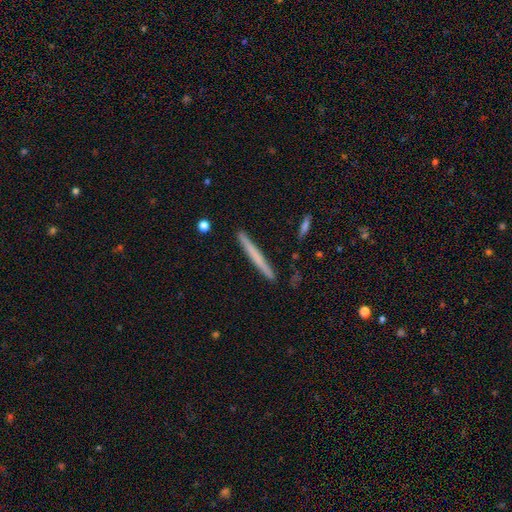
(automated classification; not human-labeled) This is possibly a smooth galaxy (57%). How rounded: clearly cigar-shaped (97%). Merging: clearly none (91%).